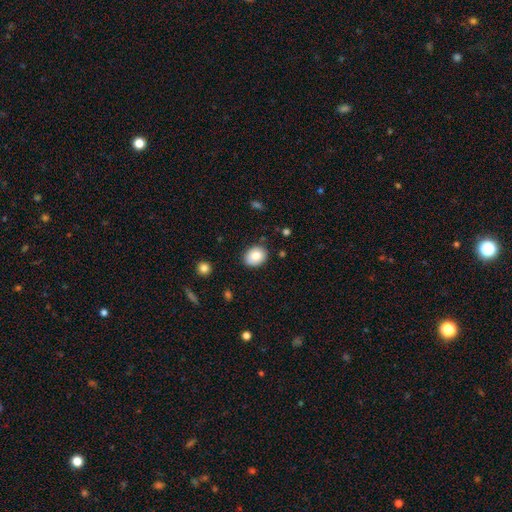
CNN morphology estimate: A smooth galaxy with no disk features (80%) that is in between round and cigar-shaped (52%).

Vote fractions:
- Smooth or featured? smooth: 80% / featured or disk: 12% / star or artifact: 8%
- How rounded? in between: 52% / round: 47% / cigar-shaped: 1%
- Merging? none: 85% / minor disturbance: 11% / major disturbance: 2% / merger: 2%